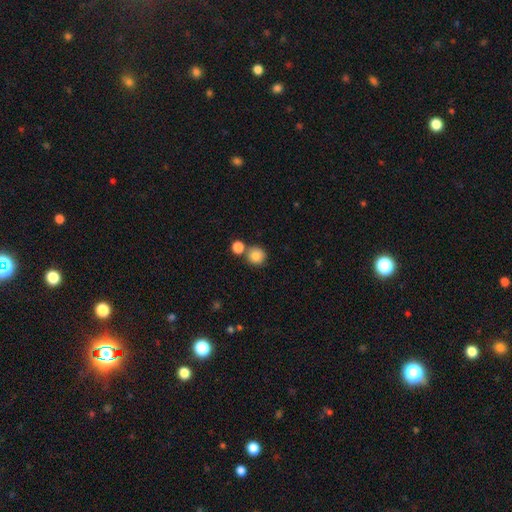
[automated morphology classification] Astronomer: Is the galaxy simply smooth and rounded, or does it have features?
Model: smooth — 83%.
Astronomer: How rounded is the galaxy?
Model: round — 92%.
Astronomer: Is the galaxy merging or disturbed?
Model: none — 67%.